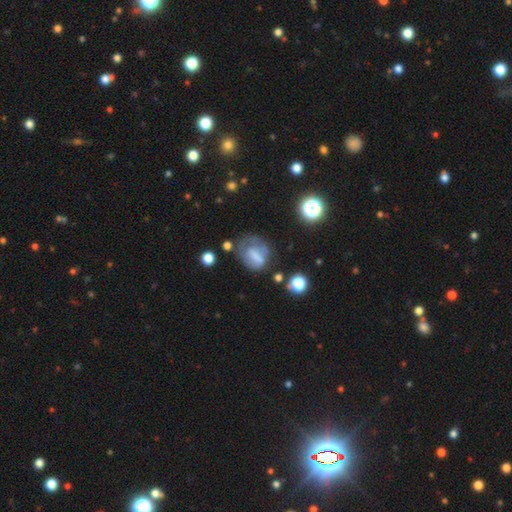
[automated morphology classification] smooth_or_featured: smooth (p=0.50) [alt: featured or disk p=0.38]
merging: none (p=0.40) [alt: major disturbance p=0.28]